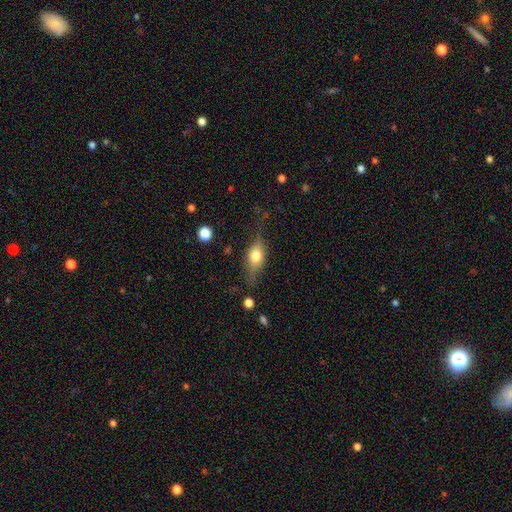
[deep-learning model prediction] A smooth galaxy with no disk features (56%) that is in between round and cigar-shaped (71%). Merging: none (62%).